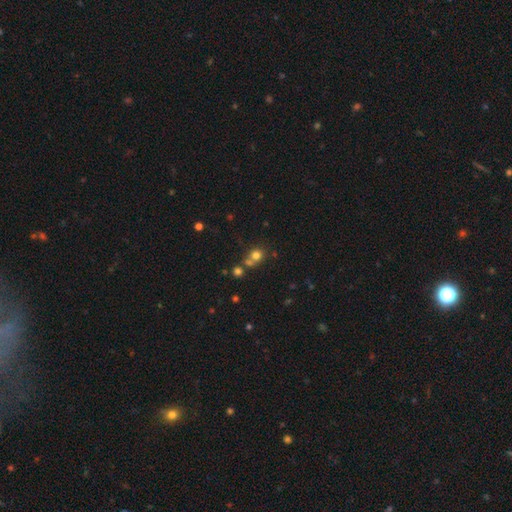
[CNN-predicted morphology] The model was most divided on "merging": none: 52%, merger: 37%, minor disturbance: 8%, major disturbance: 4%. More confident: how rounded — round (82%); smooth or featured — smooth (73%).